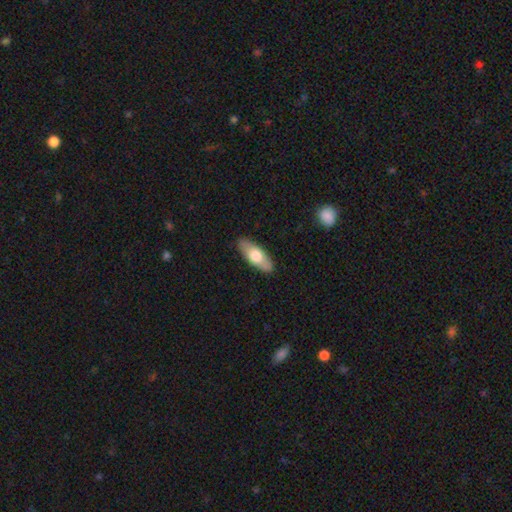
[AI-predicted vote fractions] smooth 65%, featured or disk 30%, star or artifact 5%. Down the decision tree: how rounded — in between (72%); merging — none (88%).